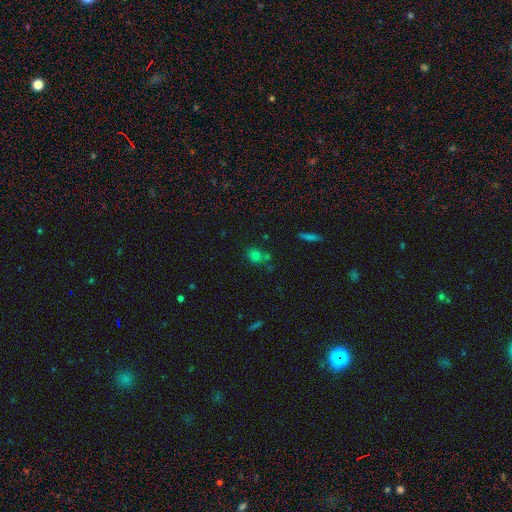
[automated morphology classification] Overall: smooth (72%). How rounded: round (70%). Merging: none (64%).